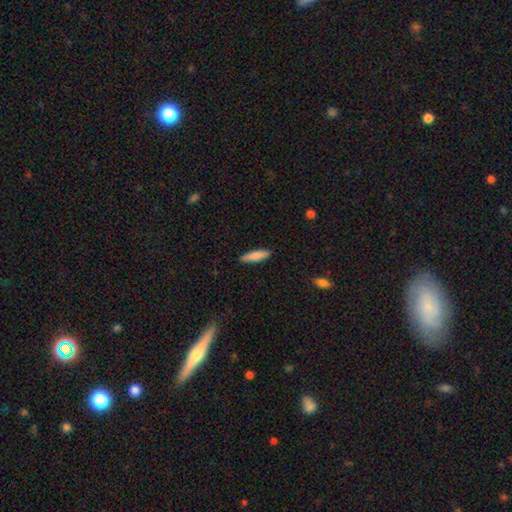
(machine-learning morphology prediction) Smooth or featured? Predicted: smooth (p=0.86). How rounded? Predicted: cigar-shaped (p=0.72). Merging? Predicted: none (p=0.90).